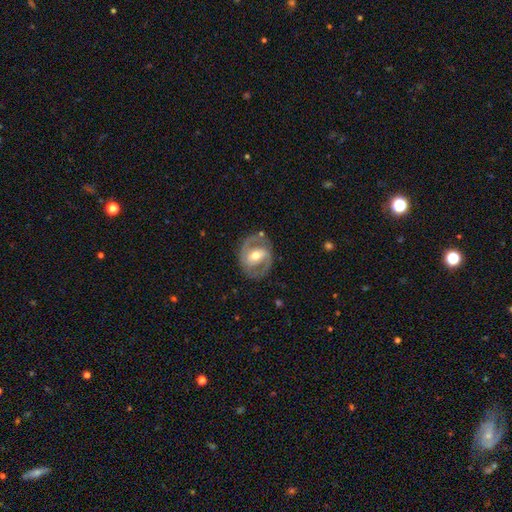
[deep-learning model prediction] A featured or disk galaxy (80%) with a weak bar (42%), 2 (87%) medium (53%) spiral arms (83%) and a moderate central bulge (71%). Merging: none (79%).